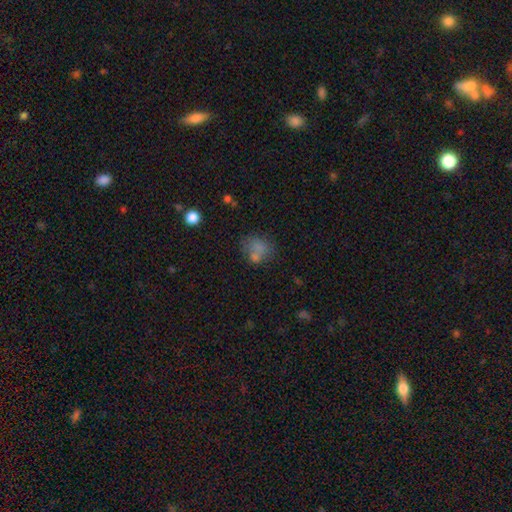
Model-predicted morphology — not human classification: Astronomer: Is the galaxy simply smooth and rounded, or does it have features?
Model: smooth — 68%.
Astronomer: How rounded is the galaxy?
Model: round — 59% (runner-up: in between, 40%).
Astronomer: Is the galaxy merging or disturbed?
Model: none — 49% (runner-up: merger, 26%).